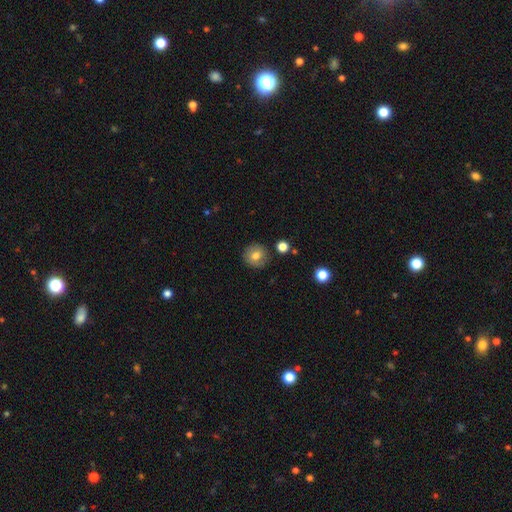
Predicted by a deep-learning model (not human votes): Morphology: type=smooth (76%); roundness=round (92%); merging=none (87%).